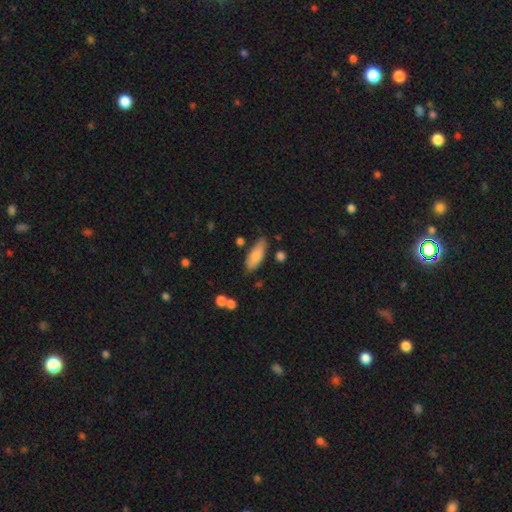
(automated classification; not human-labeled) Smooth or featured?
  - smooth: 82% *
  - featured or disk: 12%
  - star or artifact: 6%
How rounded?
  - in between: 65% *
  - cigar-shaped: 33%
  - round: 2%
Merging?
  - none: 74% *
  - minor disturbance: 19%
  - merger: 4%
  - major disturbance: 4%